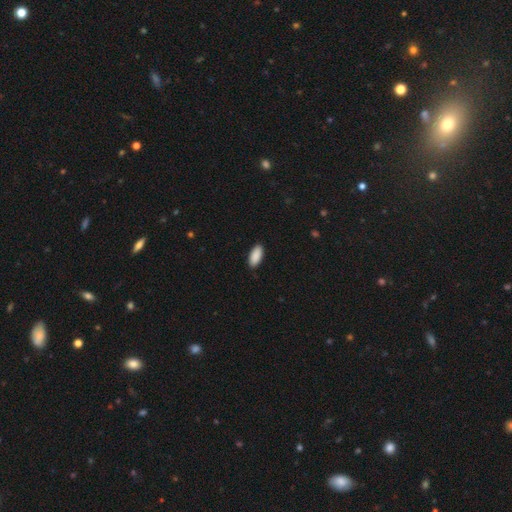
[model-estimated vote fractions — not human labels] This appears to be a smooth galaxy with no disk features (91%) that is in between round and cigar-shaped (89%). Merging: none (89%).